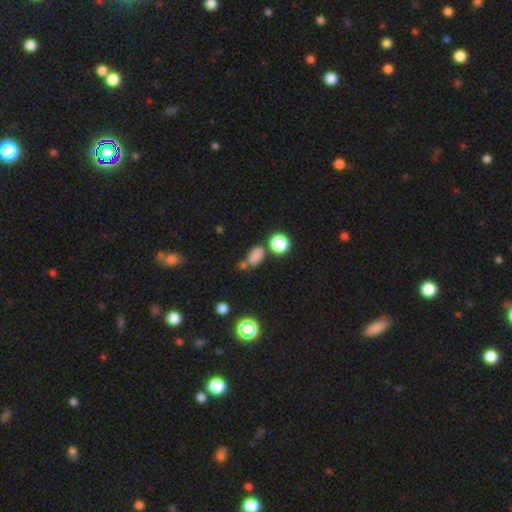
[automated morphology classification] This appears to be a smooth galaxy with no disk features (79%) that is in between round and cigar-shaped (79%). Merging: none (59%).